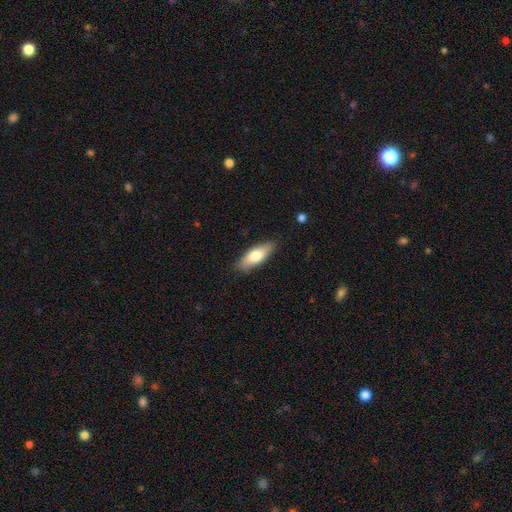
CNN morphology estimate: Smooth or featured: smooth — 72% (featured or disk — 23%)
How rounded: in between — 68% (cigar-shaped — 30%)
Merging: none — 84% (minor disturbance — 12%)